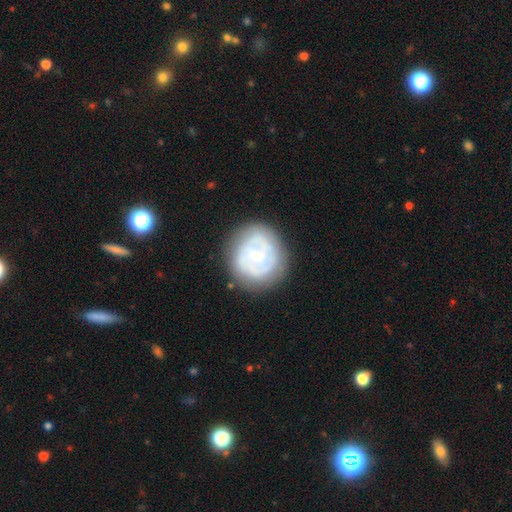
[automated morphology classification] smooth-or-featured: featured or disk: 67% | smooth: 27% | star or artifact: 6%
  disk-edge-on: no: 98% | yes: 2%
    bar: no: 70% | weak: 25% | strong: 5%
    has-spiral-arms: yes: 74% | no: 26%
    bulge-size: small: 74% | moderate: 21% | none: 2% | large: 1% | dominant: 1%
  merging: none: 79% | minor disturbance: 14% | major disturbance: 6% | merger: 1%